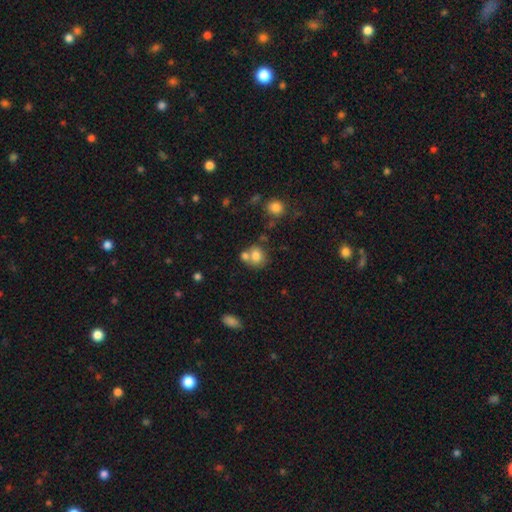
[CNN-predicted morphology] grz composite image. It shows a smooth galaxy with no disk features (76%) that is round (67%). Merging: none (45%).